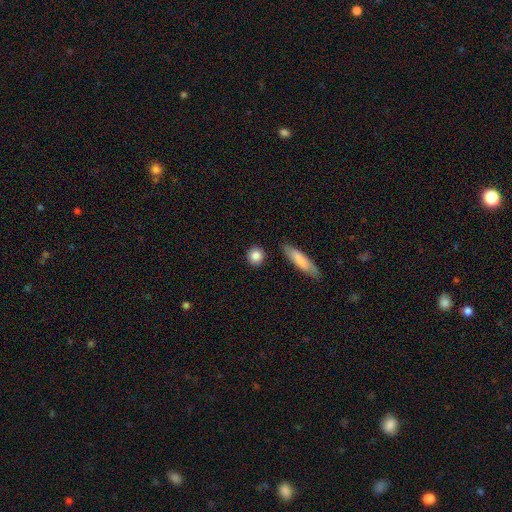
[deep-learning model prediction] smooth-or-featured: smooth: 86% | star or artifact: 8% | featured or disk: 7%
  how-rounded: round: 83% | in between: 13% | cigar-shaped: 4%
  merging: none: 87% | minor disturbance: 8% | merger: 3% | major disturbance: 2%